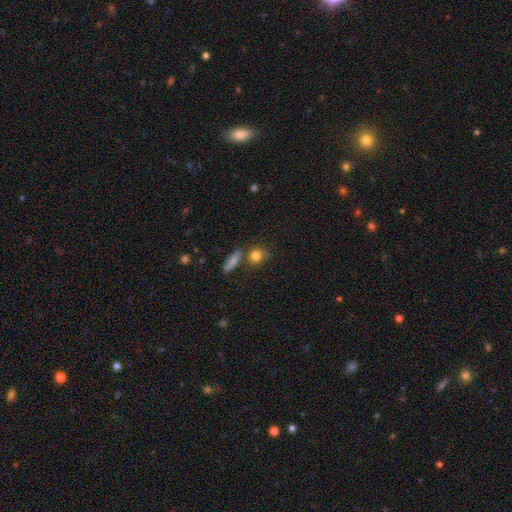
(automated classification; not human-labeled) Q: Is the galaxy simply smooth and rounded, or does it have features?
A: smooth — 81%.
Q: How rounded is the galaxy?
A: round — 71%.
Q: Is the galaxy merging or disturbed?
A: none — 63%.